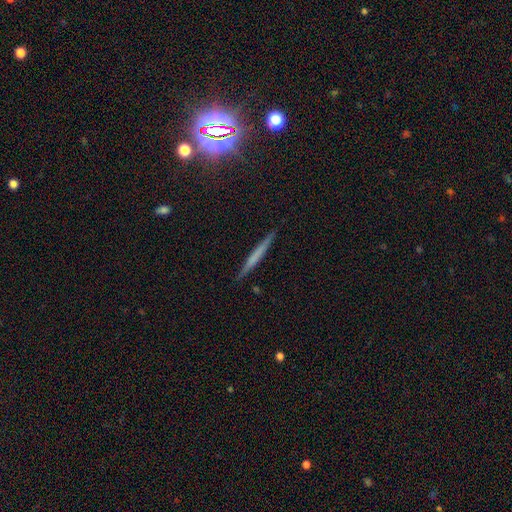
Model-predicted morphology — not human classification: Smooth or featured?
  - smooth: 50% *
  - featured or disk: 42%
  - star or artifact: 8%
How rounded?
  - cigar-shaped: 96% *
  - in between: 2%
  - round: 2%
Merging?
  - none: 91% *
  - minor disturbance: 7%
  - major disturbance: 1%
  - merger: 1%